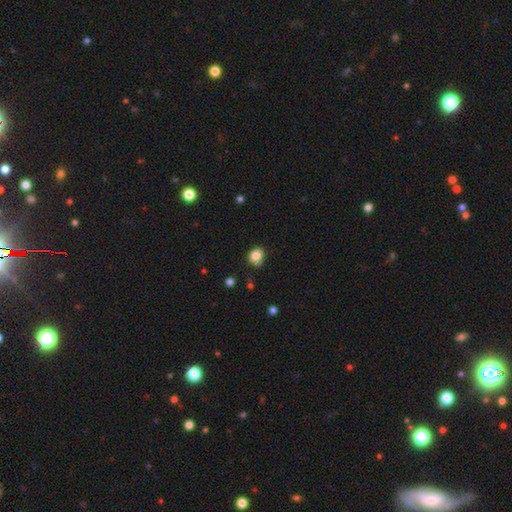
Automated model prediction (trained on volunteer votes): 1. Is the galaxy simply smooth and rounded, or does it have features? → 82% smooth, 11% star or artifact, 7% featured or disk.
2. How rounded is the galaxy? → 65% round, 34% in between, 1% cigar-shaped.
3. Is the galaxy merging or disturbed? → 64% none, 28% minor disturbance, 5% major disturbance, 3% merger.